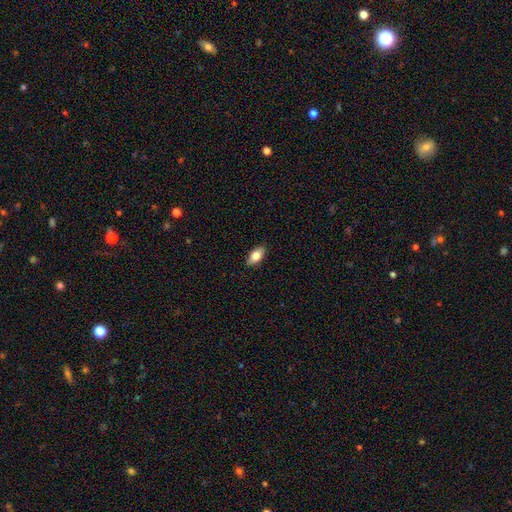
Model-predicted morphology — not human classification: Overall: smooth (76%). How rounded: in between (88%). Merging: none (89%).